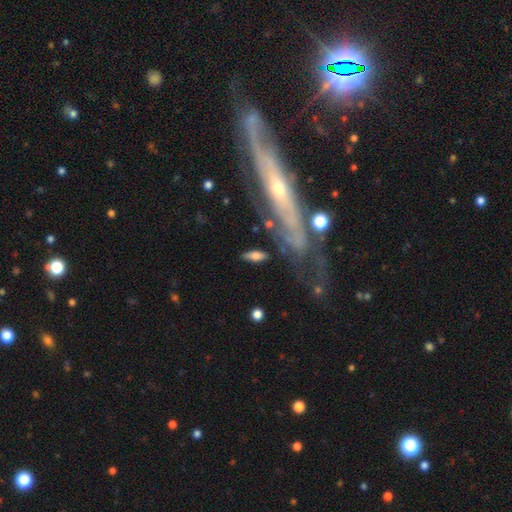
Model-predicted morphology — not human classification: type=smooth (66%); roundness=in between (73%); merging=none (76%).